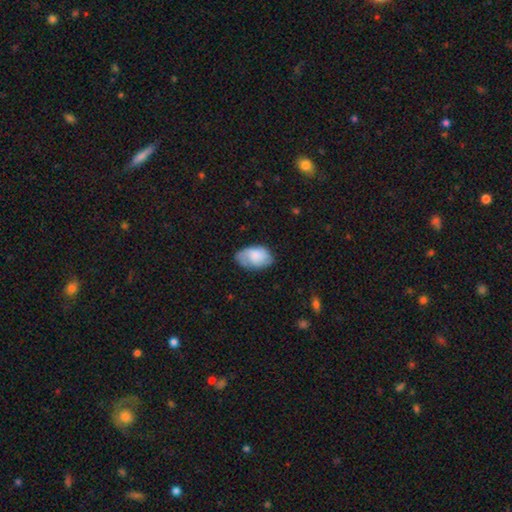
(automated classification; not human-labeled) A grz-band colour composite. It shows a smooth galaxy with no disk features (74%) that is in between round and cigar-shaped (92%). Merging: none (59%).